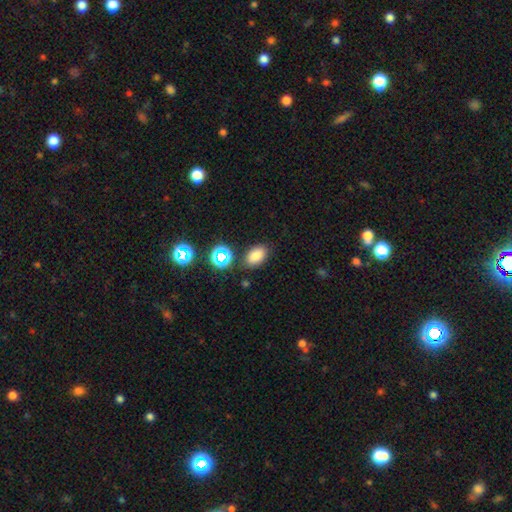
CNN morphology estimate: Smooth or featured?
  - smooth: 78% *
  - star or artifact: 15%
  - featured or disk: 7%
How rounded?
  - in between: 85% *
  - round: 13%
  - cigar-shaped: 2%
Merging?
  - none: 82% *
  - minor disturbance: 11%
  - merger: 4%
  - major disturbance: 3%